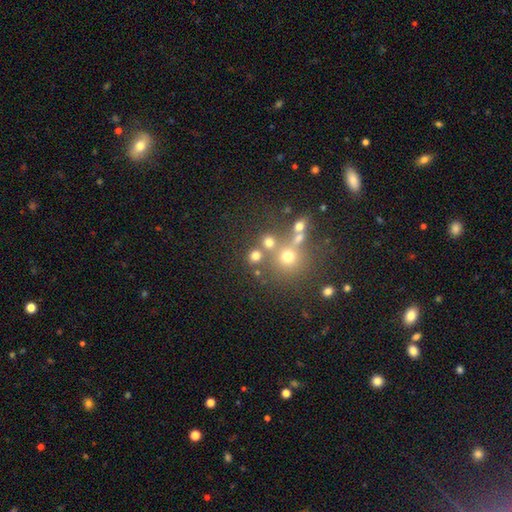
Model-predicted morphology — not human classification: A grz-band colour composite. It shows a smooth galaxy with no disk features (71%) that is round (87%). Merging: none (64%).